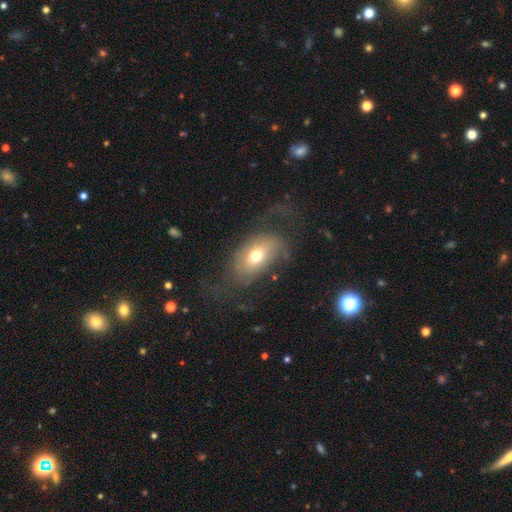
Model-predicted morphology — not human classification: smooth_or_featured: smooth (p=0.56) [alt: featured or disk p=0.35]
how_rounded: in between (p=0.85) [alt: round p=0.13]
merging: none (p=0.42) [alt: major disturbance p=0.34]